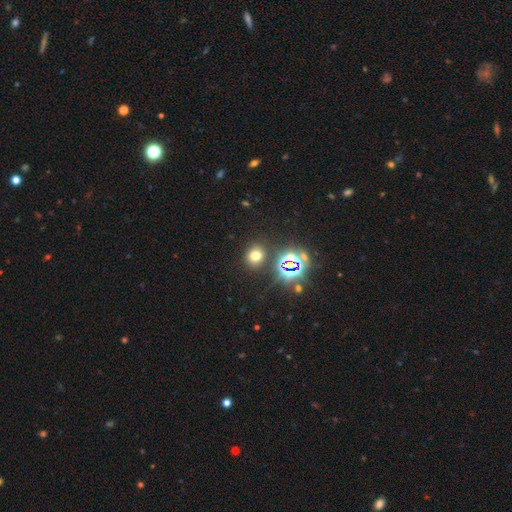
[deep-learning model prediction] Smooth or featured? smooth (63%)
How rounded? round (67%)
Merging? none (84%)